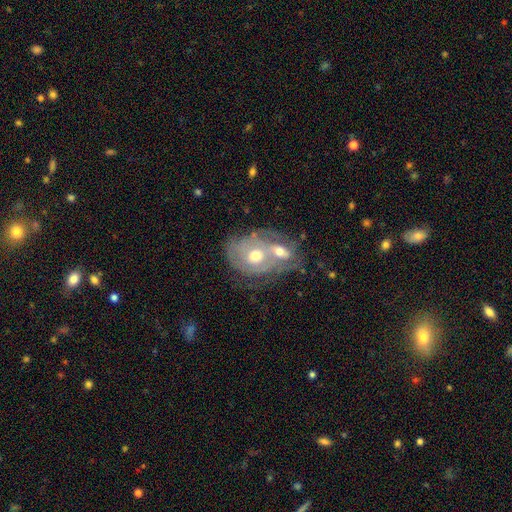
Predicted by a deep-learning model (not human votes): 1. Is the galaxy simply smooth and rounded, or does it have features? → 63% featured or disk, 30% smooth, 7% star or artifact.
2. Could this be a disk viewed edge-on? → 96% no, 4% yes.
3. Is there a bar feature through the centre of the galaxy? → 80% no, 16% weak, 4% strong.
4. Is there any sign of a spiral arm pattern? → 56% yes, 44% no.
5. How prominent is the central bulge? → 74% moderate, 17% small, 6% large, 1% none, 1% dominant.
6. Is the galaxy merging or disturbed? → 72% merger, 15% none, 8% minor disturbance, 6% major disturbance.